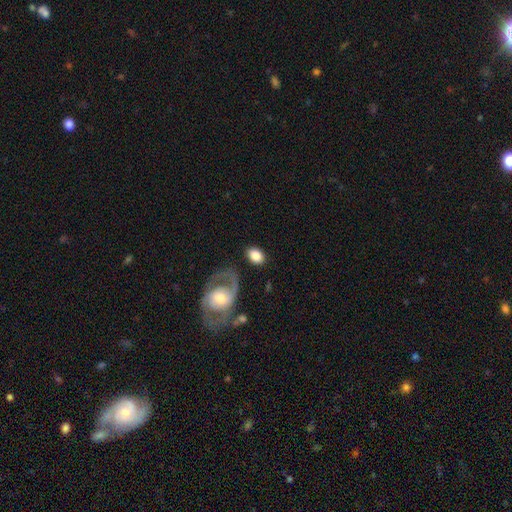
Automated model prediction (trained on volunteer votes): Smooth or featured? smooth (76%)
How rounded? in between (80%)
Merging? none (73%)